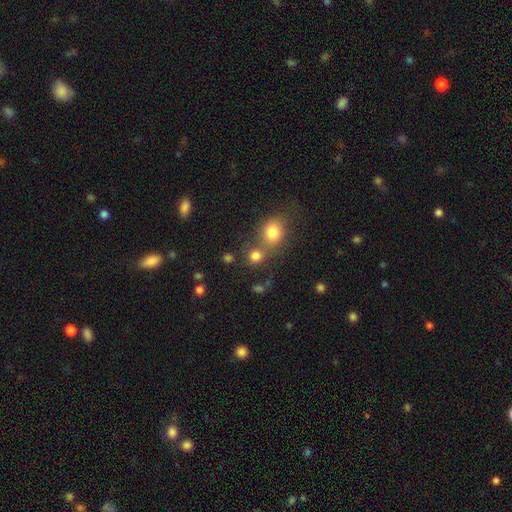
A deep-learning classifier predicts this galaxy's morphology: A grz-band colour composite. It shows a smooth galaxy with no disk features (79%) that is round (79%). Merging: none (51%).